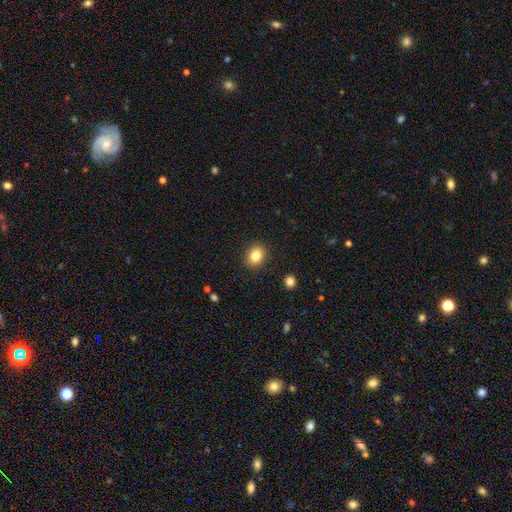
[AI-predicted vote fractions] This appears to be a smooth galaxy with no disk features (83%) that is round (55%). Merging: none (90%).